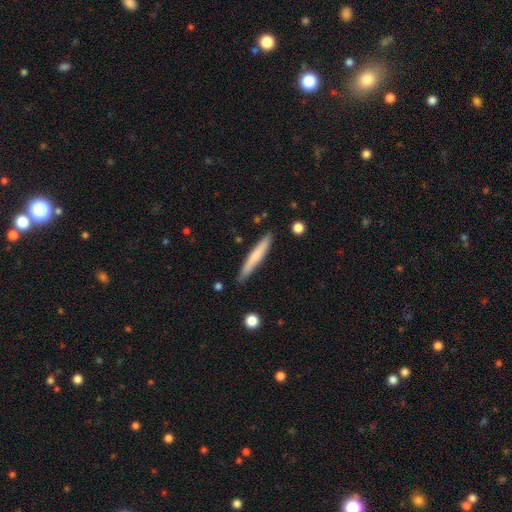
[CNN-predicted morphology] Smooth or featured? smooth (66%)
How rounded? cigar-shaped (95%)
Merging? none (86%)